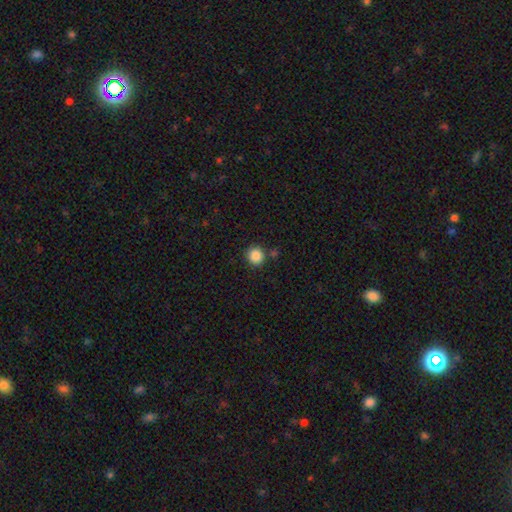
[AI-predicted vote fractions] Overall: smooth (87%). How rounded: round (92%). Merging: none (84%).